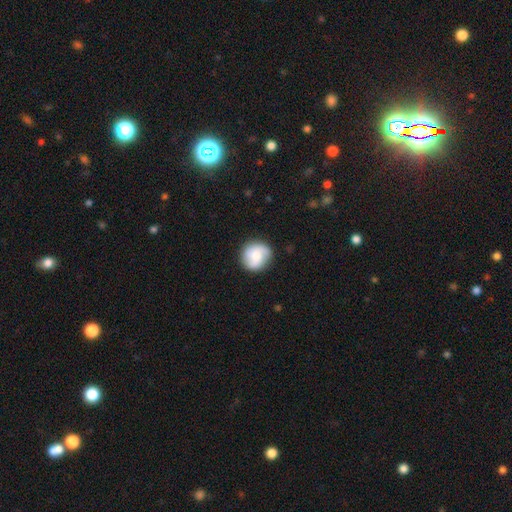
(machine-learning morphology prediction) Smooth or featured? Predicted: smooth (p=0.58). How rounded? Predicted: round (p=0.88). Merging? Predicted: none (p=0.83).